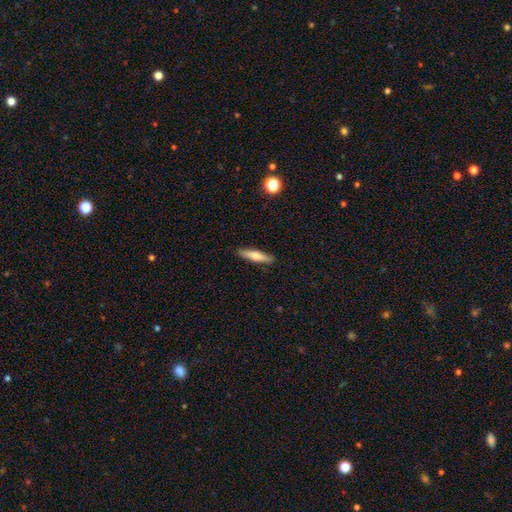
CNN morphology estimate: Smooth or featured? smooth (65%)
How rounded? cigar-shaped (80%)
Merging? none (89%)